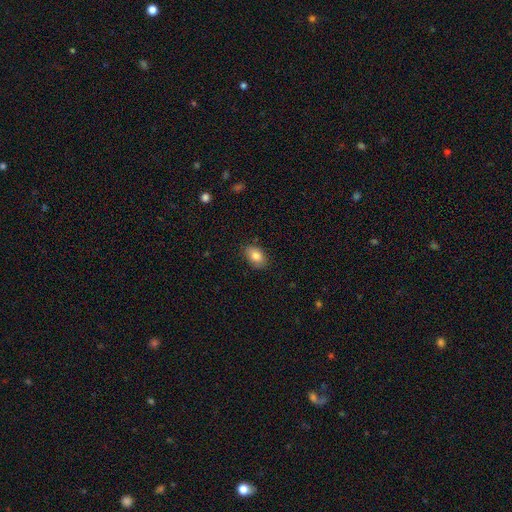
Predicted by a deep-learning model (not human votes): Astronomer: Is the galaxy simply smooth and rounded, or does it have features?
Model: smooth — 83%.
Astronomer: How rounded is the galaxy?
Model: in between — 86%.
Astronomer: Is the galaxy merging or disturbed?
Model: none — 85%.